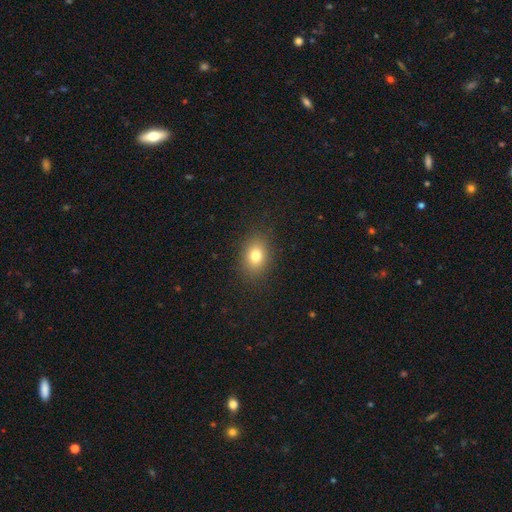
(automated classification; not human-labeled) smooth-or-featured: smooth: 78% | star or artifact: 12% | featured or disk: 10%
  how-rounded: in between: 64% | round: 35% | cigar-shaped: 1%
  merging: none: 87% | minor disturbance: 9% | major disturbance: 3% | merger: 1%